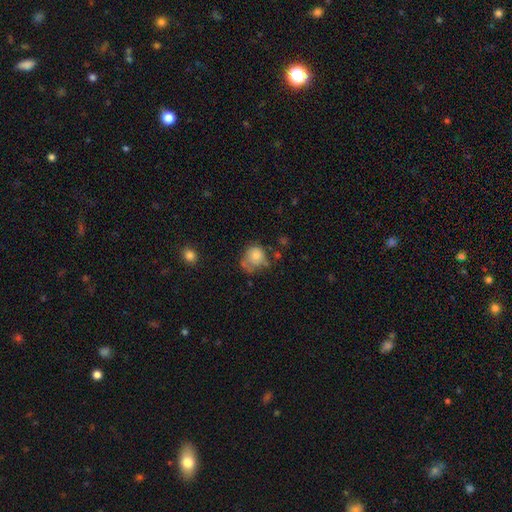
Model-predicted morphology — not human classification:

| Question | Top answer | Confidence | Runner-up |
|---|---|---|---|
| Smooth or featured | smooth | 68% | featured or disk (22%) |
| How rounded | round | 65% | in between (34%) |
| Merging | none | 36% | minor disturbance (32%) |